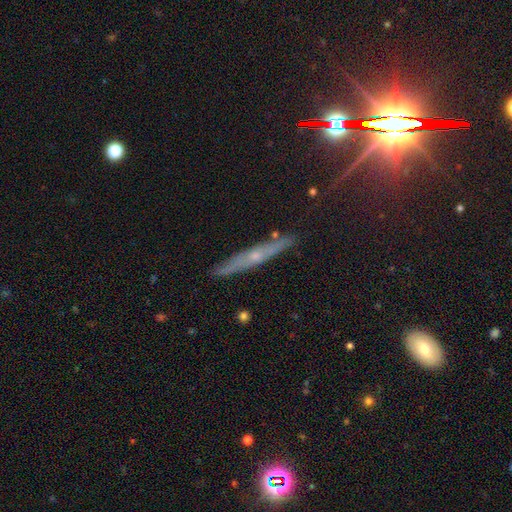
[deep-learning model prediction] Smooth or featured? featured or disk (62%)
Edge-on disk? yes (91%)
Edge-on bulge? rounded (67%)
Merging? none (87%)